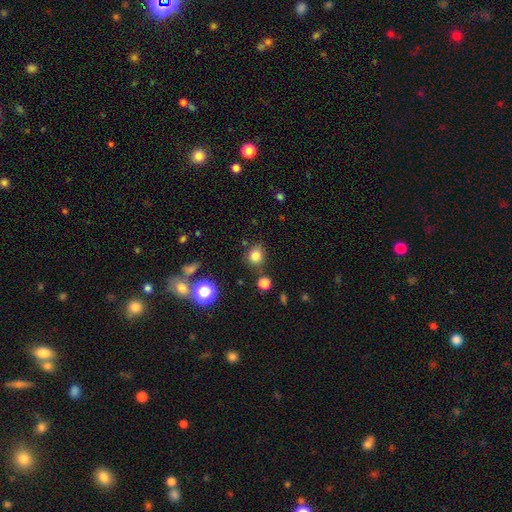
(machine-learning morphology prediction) This is likely a smooth galaxy (79%). How rounded: likely round (80%). Merging: clearly none (81%).